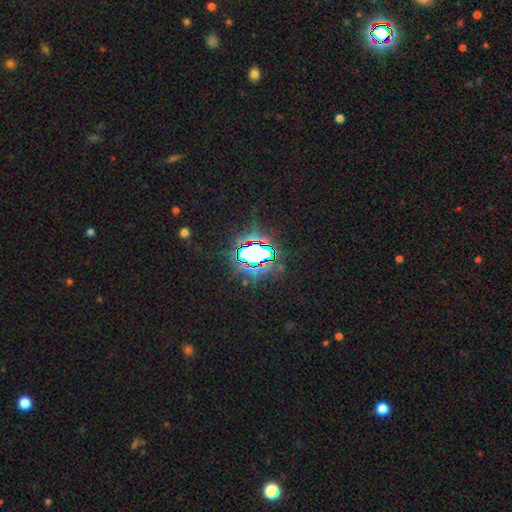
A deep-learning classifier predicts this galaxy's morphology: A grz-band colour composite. It shows a star or artifact, not a galaxy (73%).